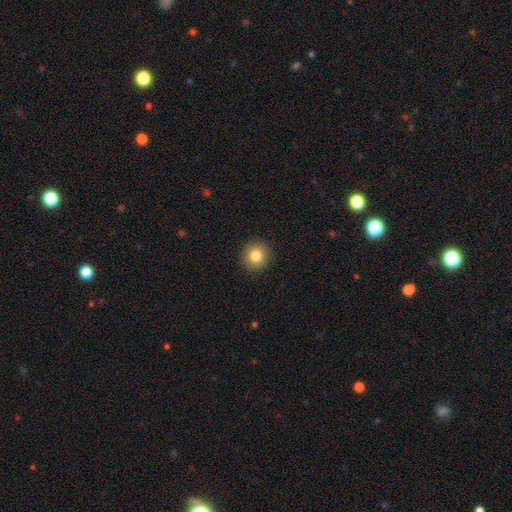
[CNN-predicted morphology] smooth 83%, star or artifact 9%, featured or disk 8%. Down the decision tree: how rounded — round (88%); merging — none (91%).